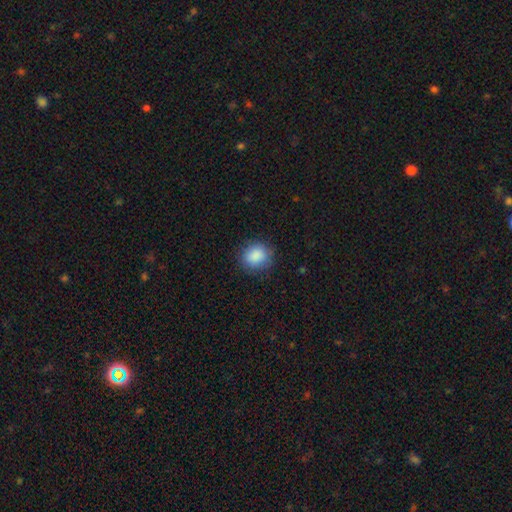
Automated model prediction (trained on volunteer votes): Smooth or featured? smooth (89%)
How rounded? round (76%)
Merging? none (85%)